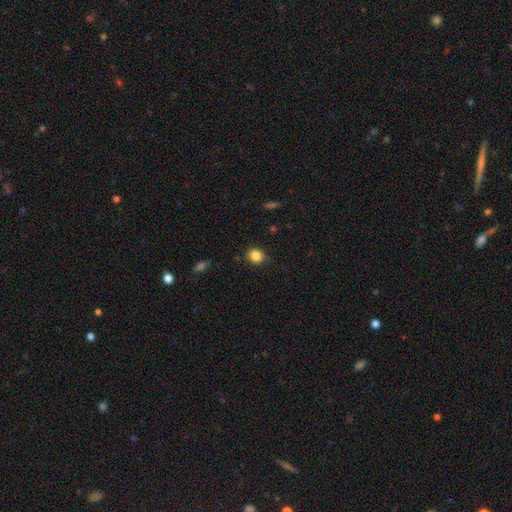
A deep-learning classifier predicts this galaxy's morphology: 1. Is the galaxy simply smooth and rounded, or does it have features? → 84% smooth, 11% star or artifact, 5% featured or disk.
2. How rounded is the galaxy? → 86% round, 13% in between, 1% cigar-shaped.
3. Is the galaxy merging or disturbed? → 86% none, 10% minor disturbance, 2% major disturbance, 1% merger.